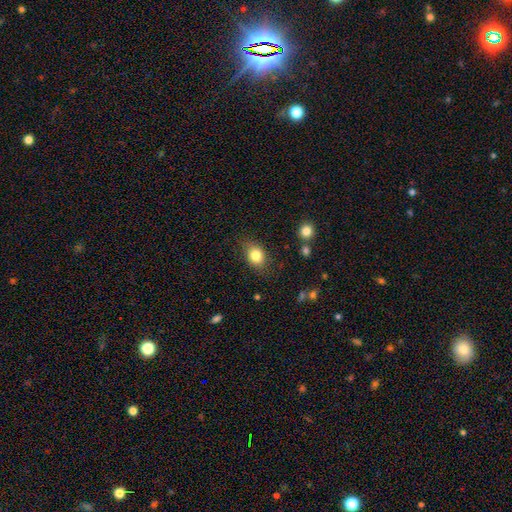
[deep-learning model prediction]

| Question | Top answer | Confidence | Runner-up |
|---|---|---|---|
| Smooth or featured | smooth | 83% | star or artifact (9%) |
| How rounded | in between | 61% | round (38%) |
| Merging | none | 79% | minor disturbance (15%) |